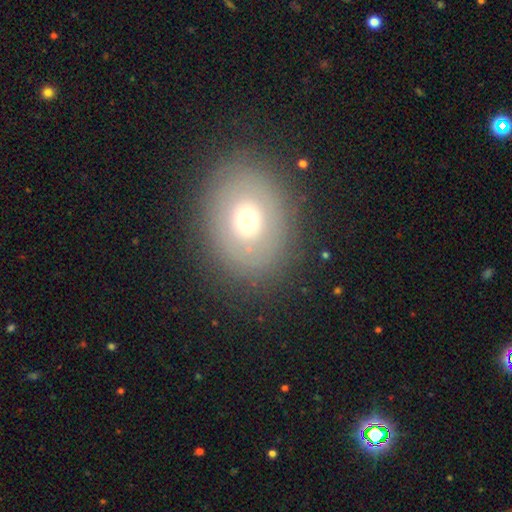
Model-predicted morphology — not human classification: smooth 60%, featured or disk 26%, star or artifact 14%. Down the decision tree: how rounded — in between (59%); merging — none (88%).